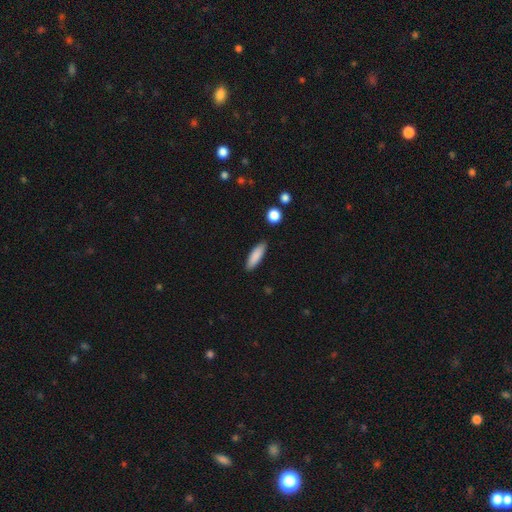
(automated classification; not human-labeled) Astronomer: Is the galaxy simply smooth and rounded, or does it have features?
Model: smooth — 87%.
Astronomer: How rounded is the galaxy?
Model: cigar-shaped — 57% (runner-up: in between, 41%).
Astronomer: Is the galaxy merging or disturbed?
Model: none — 88%.